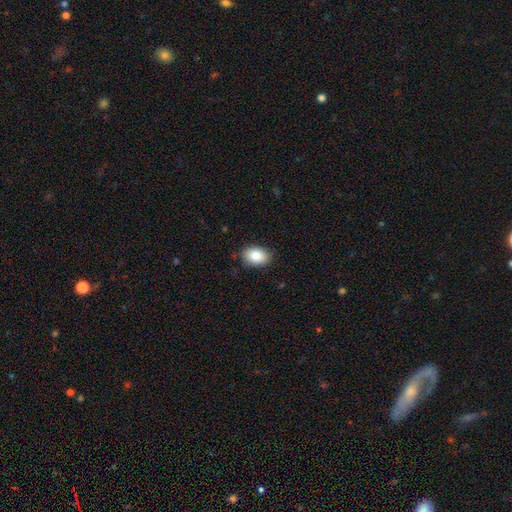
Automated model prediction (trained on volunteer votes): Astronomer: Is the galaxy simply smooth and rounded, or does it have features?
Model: smooth — 85%.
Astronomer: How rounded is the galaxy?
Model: in between — 82%.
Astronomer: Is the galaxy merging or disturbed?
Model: none — 84%.